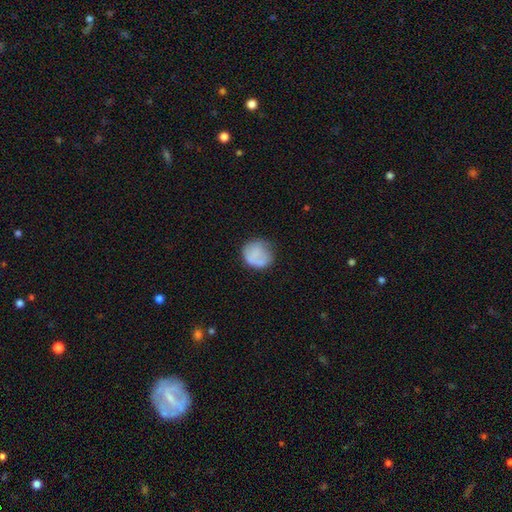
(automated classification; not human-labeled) smooth_or_featured: smooth (p=0.72) [alt: featured or disk p=0.20]
how_rounded: round (p=0.84) [alt: in between p=0.15]
merging: none (p=0.58) [alt: minor disturbance p=0.27]